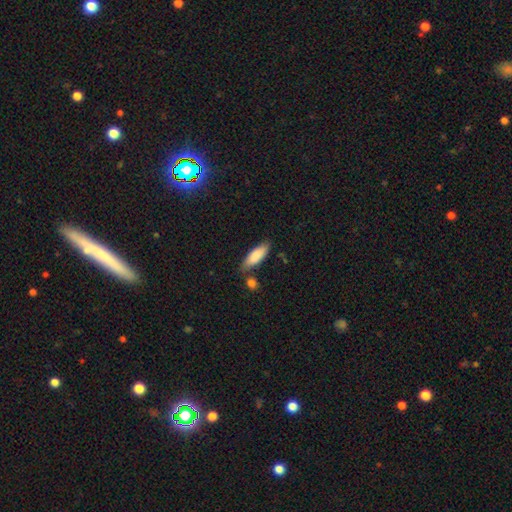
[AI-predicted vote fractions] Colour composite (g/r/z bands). It shows a smooth galaxy with no disk features (84%) that is in between round and cigar-shaped (61%). Merging: none (66%).